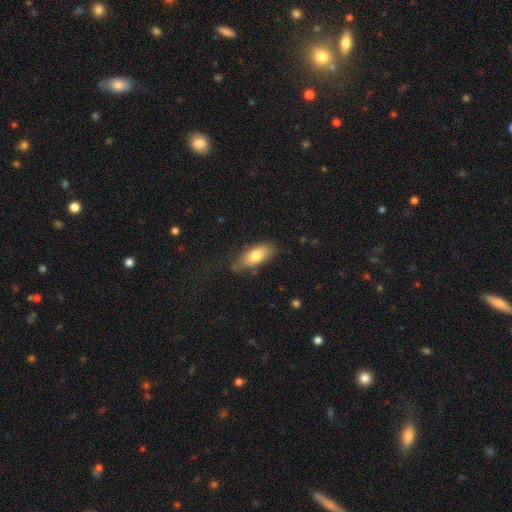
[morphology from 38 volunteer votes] Smooth or featured: smooth — 66% (featured or disk — 24%)
How rounded: in between — 84% (cigar-shaped — 12%)
Merging: none — 56% (minor disturbance — 38%)